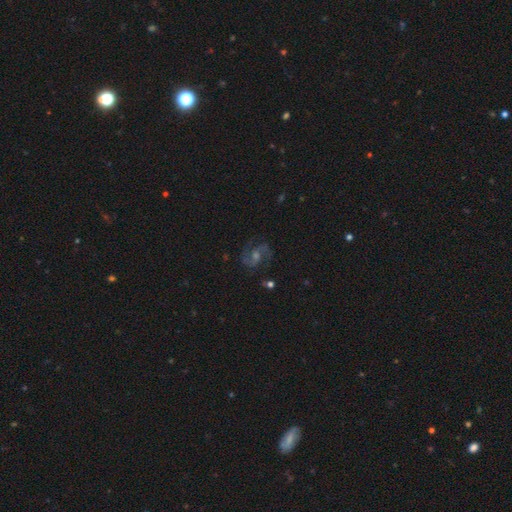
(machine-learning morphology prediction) smooth-or-featured: featured or disk: 82% | star or artifact: 11% | smooth: 7%
  disk-edge-on: no: 98% | yes: 2%
    bar: weak: 48% | no: 36% | strong: 16%
    has-spiral-arms: yes: 97% | no: 3%
      spiral-winding: medium: 61% | tight: 20% | loose: 20%
      spiral-arm-count: 2: 88% | 3: 4% | can't tell: 4% | 1: 2% | 4: 2% | more than 4: 1%
    bulge-size: moderate: 49% | small: 38% | large: 6% | none: 5% | dominant: 1%
  merging: none: 82% | minor disturbance: 11% | major disturbance: 5% | merger: 2%